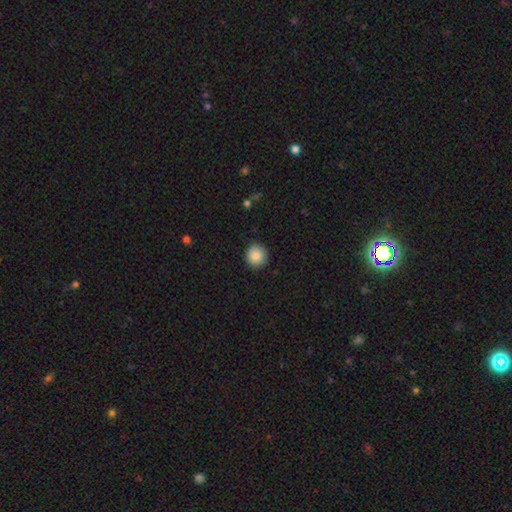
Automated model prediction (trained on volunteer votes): Smooth or featured?
  - smooth: 88% *
  - star or artifact: 8%
  - featured or disk: 4%
How rounded?
  - round: 93% *
  - in between: 6%
  - cigar-shaped: 1%
Merging?
  - none: 91% *
  - minor disturbance: 6%
  - major disturbance: 2%
  - merger: 1%